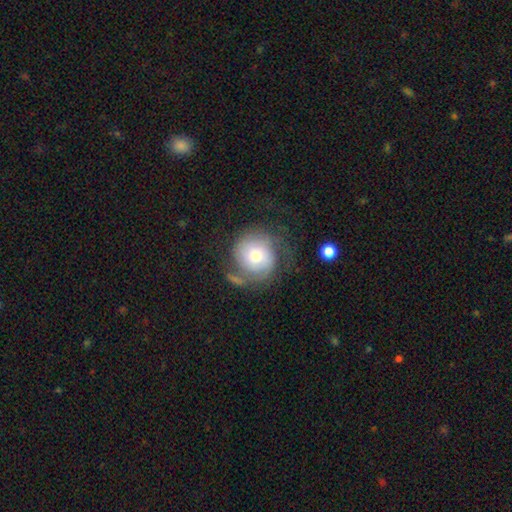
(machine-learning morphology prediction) Smooth or featured? Predicted: smooth (p=0.46, tied with featured or disk). Merging? Predicted: none (p=0.53).